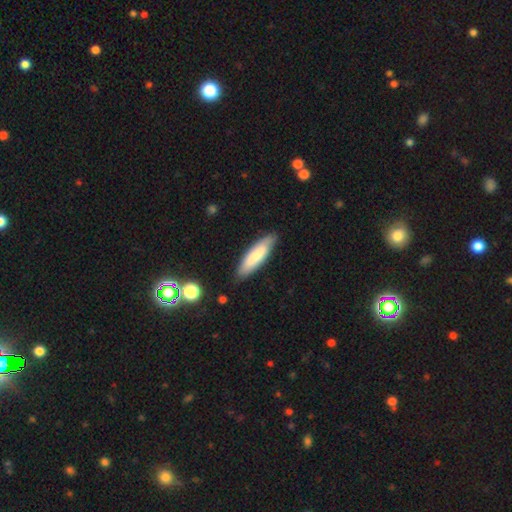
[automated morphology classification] Smooth or featured? smooth (76%)
How rounded? cigar-shaped (62%)
Merging? none (84%)